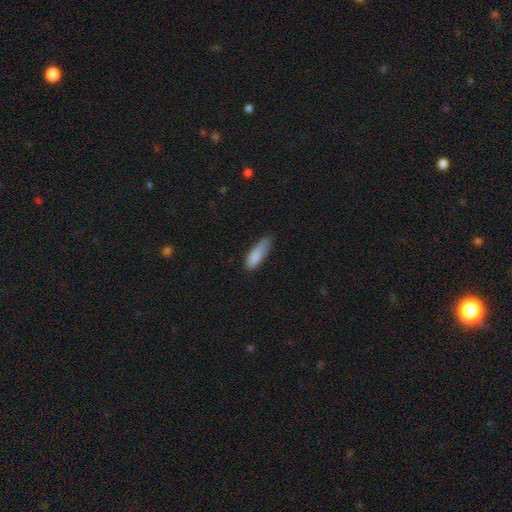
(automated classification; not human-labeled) This is clearly a smooth galaxy (86%). How rounded: possibly in between (54%). Merging: possibly none (51%).